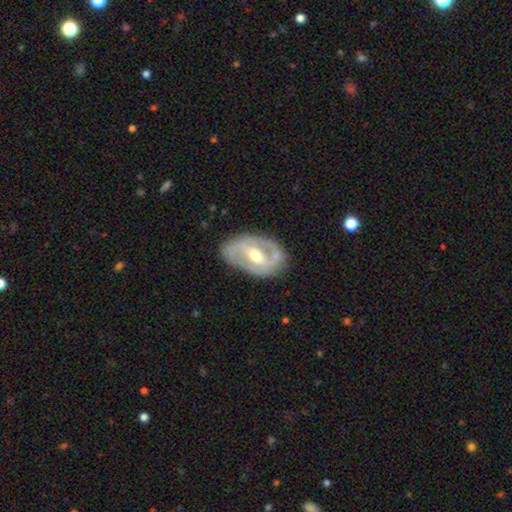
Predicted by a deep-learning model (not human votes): Smooth or featured? Predicted: featured or disk (p=0.82). Edge-on disk? Predicted: no (p=0.95). Bar? Predicted: strong (p=0.43). Spiral arms? Predicted: yes (p=0.77). Spiral winding? Predicted: medium (p=0.44). Spiral arm count? Predicted: 2 (p=0.82). Bulge size? Predicted: moderate (p=0.71). Merging? Predicted: none (p=0.81).